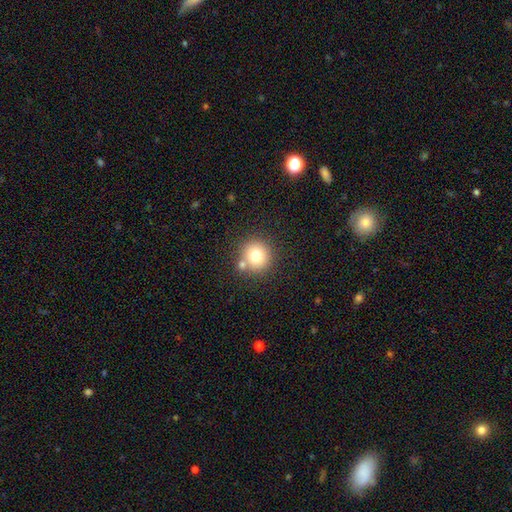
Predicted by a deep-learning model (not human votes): This is likely a smooth galaxy (77%). How rounded: clearly round (92%). Merging: likely none (72%).